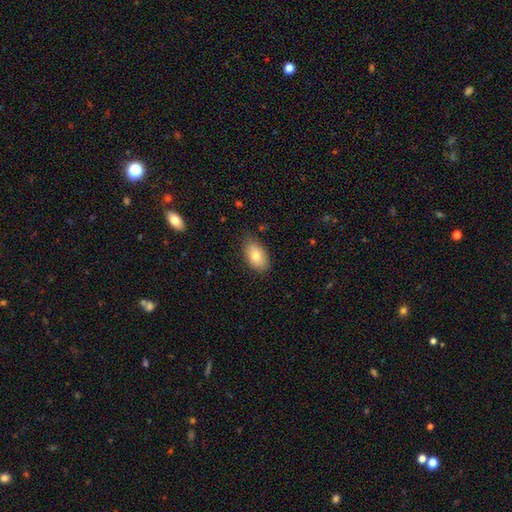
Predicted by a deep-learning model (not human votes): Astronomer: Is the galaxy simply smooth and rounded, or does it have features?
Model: smooth — 80%.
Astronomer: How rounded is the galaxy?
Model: in between — 92%.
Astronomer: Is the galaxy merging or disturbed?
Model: none — 81%.